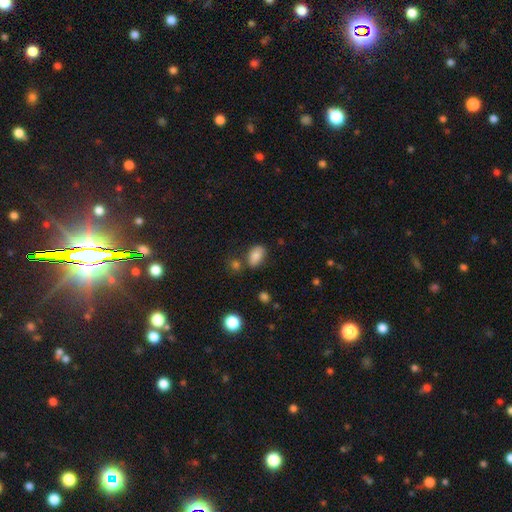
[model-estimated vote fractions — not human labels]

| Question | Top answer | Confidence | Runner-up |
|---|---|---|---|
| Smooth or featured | smooth | 84% | star or artifact (9%) |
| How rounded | in between | 90% | round (7%) |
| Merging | none | 73% | minor disturbance (14%) |